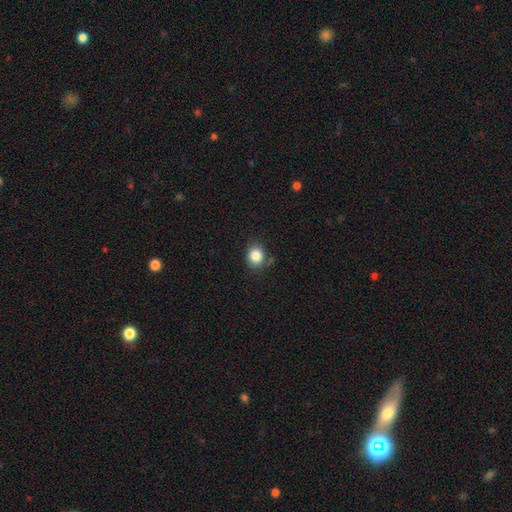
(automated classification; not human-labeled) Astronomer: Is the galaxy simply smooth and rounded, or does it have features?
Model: smooth — 85%.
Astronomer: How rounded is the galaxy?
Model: round — 73%.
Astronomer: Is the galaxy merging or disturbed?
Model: none — 82%.